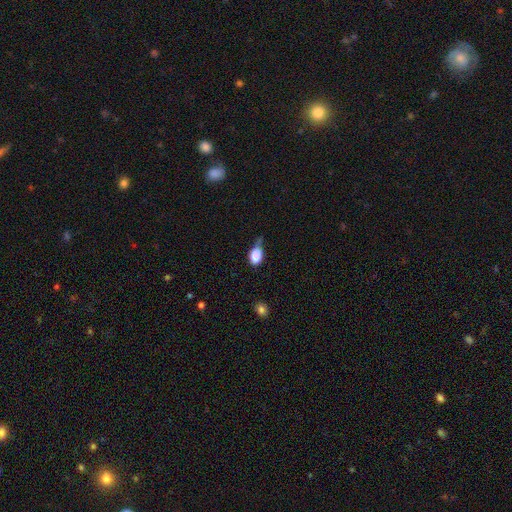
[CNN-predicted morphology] Smooth or featured? smooth (85%)
How rounded? in between (81%)
Merging? minor disturbance (41%)